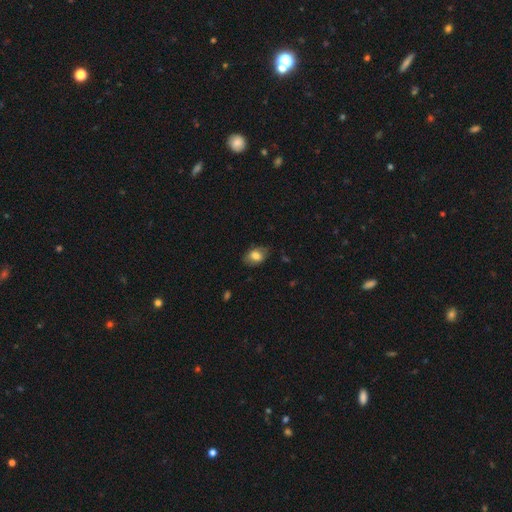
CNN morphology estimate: smooth-or-featured: smooth: 77% | featured or disk: 15% | star or artifact: 8%
  how-rounded: in between: 83% | round: 15% | cigar-shaped: 1%
  merging: none: 75% | minor disturbance: 20% | major disturbance: 4% | merger: 1%